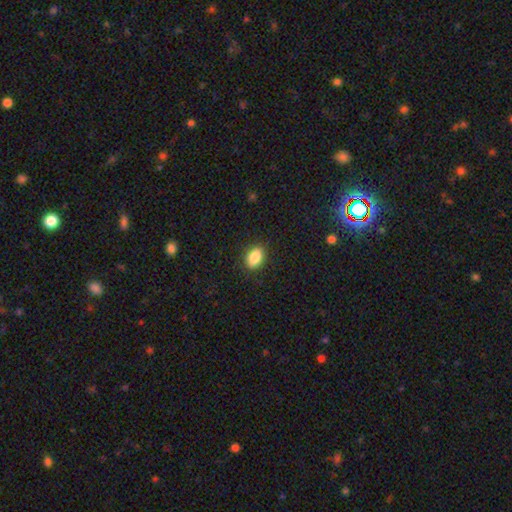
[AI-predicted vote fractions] Q: Smooth or featured?
A: smooth (87%); runner-up: star or artifact (8%)
Q: How rounded?
A: in between (86%); runner-up: round (12%)
Q: Merging?
A: none (88%); runner-up: minor disturbance (9%)